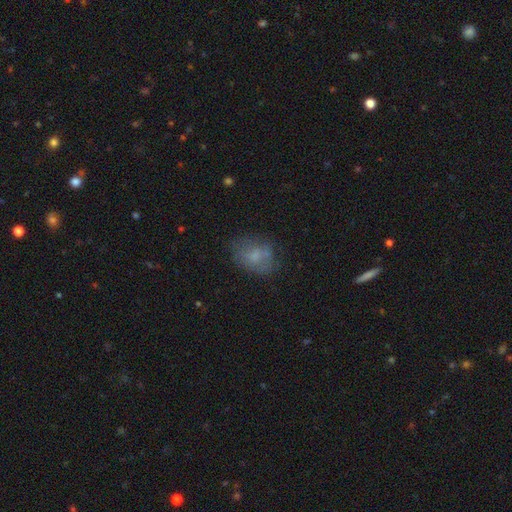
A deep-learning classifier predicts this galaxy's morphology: Smooth or featured?
  - smooth: 62% *
  - featured or disk: 27%
  - star or artifact: 11%
How rounded?
  - in between: 67% *
  - round: 32%
  - cigar-shaped: 1%
Merging?
  - none: 58% *
  - minor disturbance: 24%
  - major disturbance: 14%
  - merger: 4%